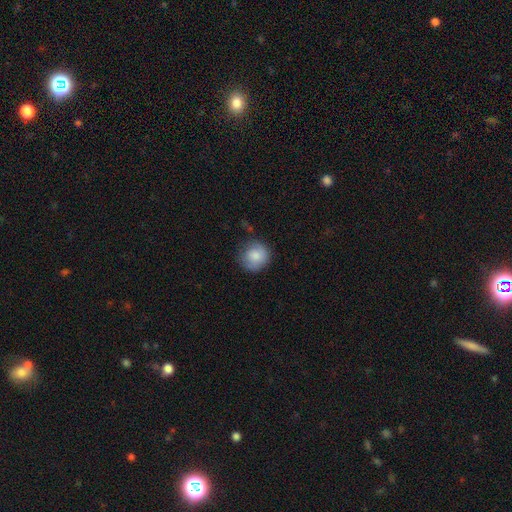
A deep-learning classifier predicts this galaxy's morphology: type=smooth (84%); roundness=round (91%); merging=none (75%).